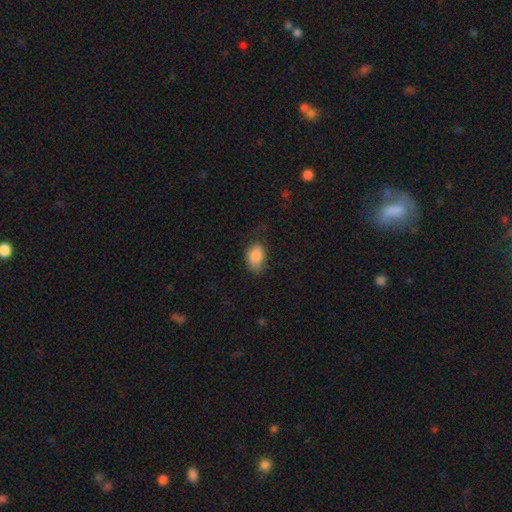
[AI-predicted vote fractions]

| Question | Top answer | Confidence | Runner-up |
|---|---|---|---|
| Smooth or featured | smooth | 87% | star or artifact (8%) |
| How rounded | in between | 83% | round (16%) |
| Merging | none | 62% | minor disturbance (29%) |